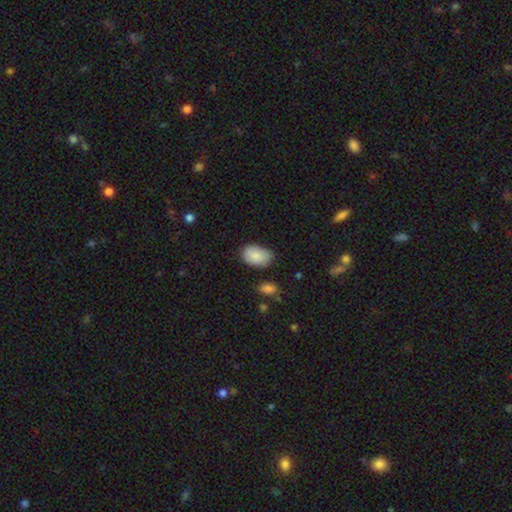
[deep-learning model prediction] Q: Smooth or featured?
A: smooth (86%); runner-up: featured or disk (7%)
Q: How rounded?
A: in between (89%); runner-up: round (10%)
Q: Merging?
A: none (64%); runner-up: minor disturbance (28%)